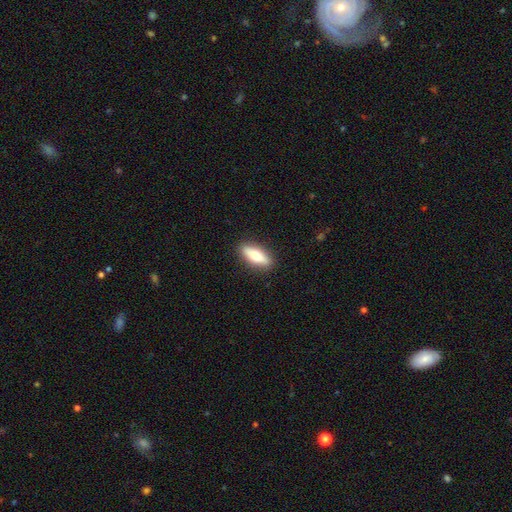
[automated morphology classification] A smooth galaxy with no disk features (67%) that is in between round and cigar-shaped (58%). Merging: none (89%).